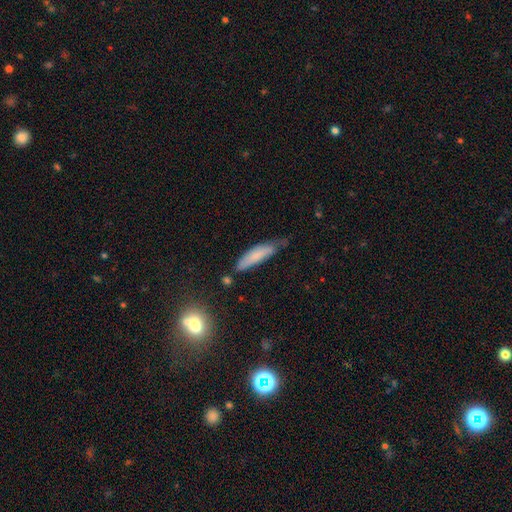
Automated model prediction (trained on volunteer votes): A smooth galaxy with no disk features (74%) that is cigar-shaped (72%). Merging: none (49%).